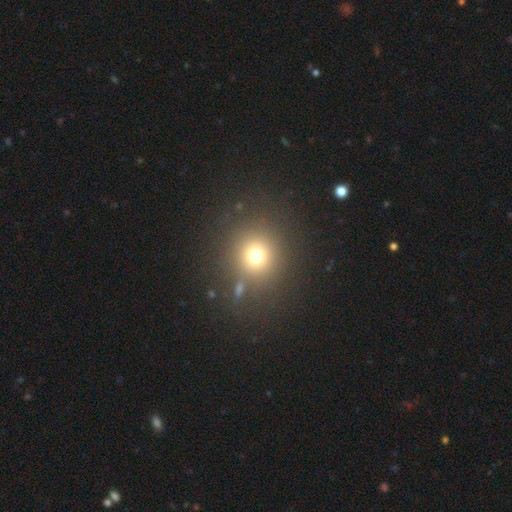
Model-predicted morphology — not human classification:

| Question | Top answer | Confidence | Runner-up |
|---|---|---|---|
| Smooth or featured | smooth | 72% | star or artifact (19%) |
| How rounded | round | 91% | in between (8%) |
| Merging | none | 83% | minor disturbance (8%) |